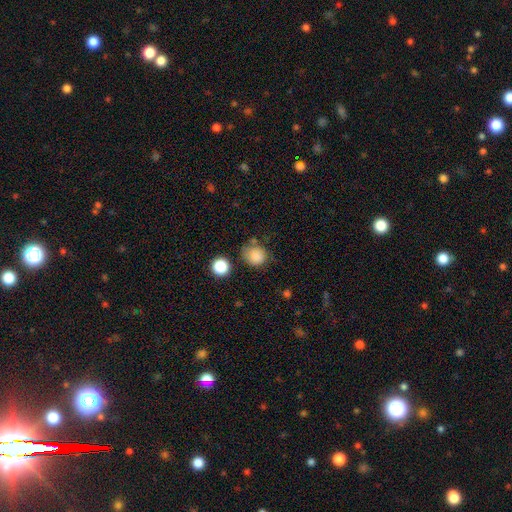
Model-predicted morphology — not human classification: Q: Smooth or featured?
A: smooth (85%); runner-up: star or artifact (10%)
Q: How rounded?
A: round (80%); runner-up: in between (19%)
Q: Merging?
A: none (66%); runner-up: minor disturbance (21%)